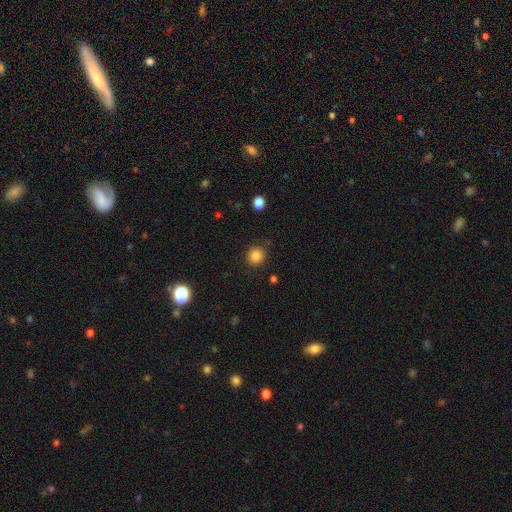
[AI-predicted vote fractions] Smooth or featured?
  - smooth: 84% *
  - star or artifact: 11%
  - featured or disk: 5%
How rounded?
  - round: 92% *
  - in between: 7%
  - cigar-shaped: 1%
Merging?
  - none: 87% *
  - minor disturbance: 8%
  - major disturbance: 3%
  - merger: 2%